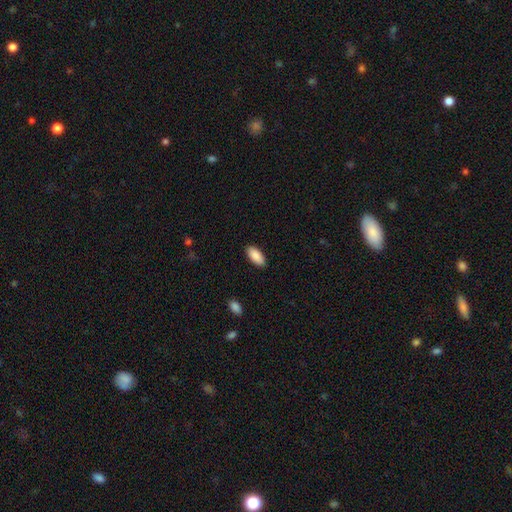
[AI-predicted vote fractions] Q: Smooth or featured?
A: smooth (90%); runner-up: star or artifact (6%)
Q: How rounded?
A: in between (91%); runner-up: cigar-shaped (7%)
Q: Merging?
A: none (89%); runner-up: minor disturbance (8%)